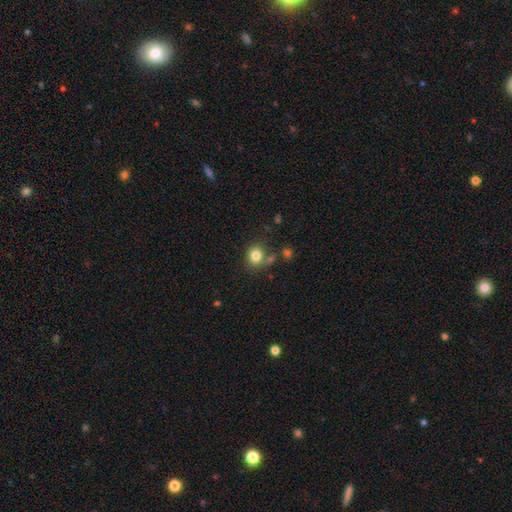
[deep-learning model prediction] Q: Smooth or featured?
A: smooth (82%); runner-up: star or artifact (11%)
Q: How rounded?
A: round (73%); runner-up: in between (26%)
Q: Merging?
A: none (72%); runner-up: minor disturbance (13%)